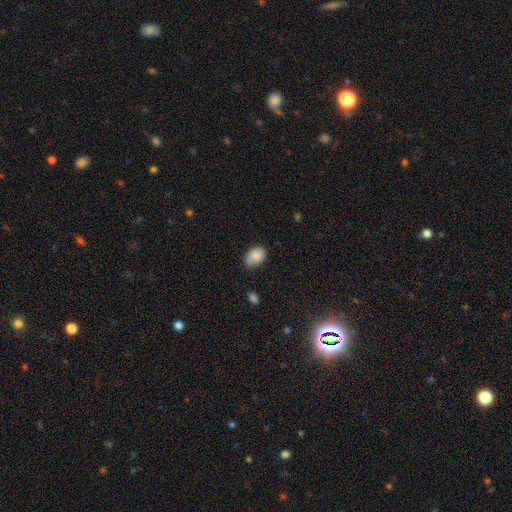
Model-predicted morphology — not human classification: This appears to be a smooth galaxy with no disk features (84%) that is in between round and cigar-shaped (82%). Merging: none (65%).